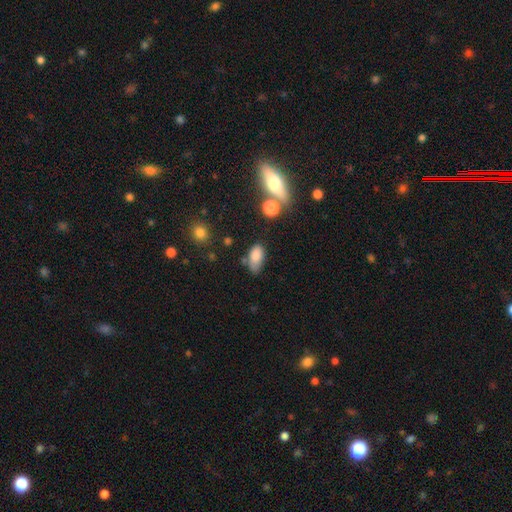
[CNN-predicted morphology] Smooth or featured? Predicted: smooth (p=0.81). How rounded? Predicted: in between (p=0.91). Merging? Predicted: none (p=0.55).